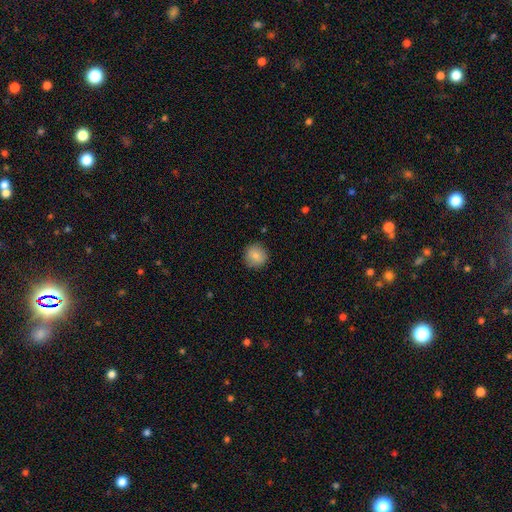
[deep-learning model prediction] This is clearly a smooth galaxy (85%). How rounded: clearly round (92%). Merging: clearly none (89%).